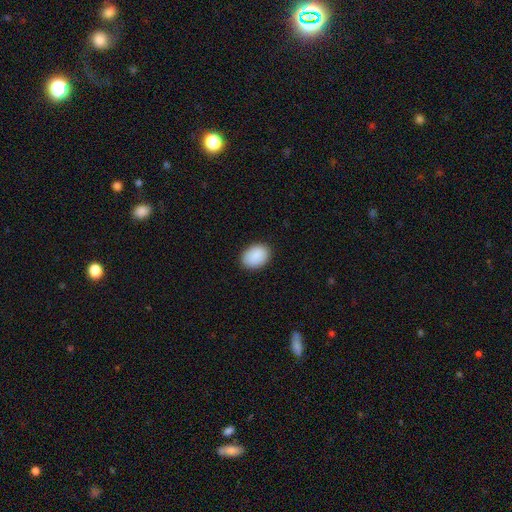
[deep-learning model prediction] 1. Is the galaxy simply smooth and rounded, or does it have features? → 91% smooth, 6% star or artifact, 3% featured or disk.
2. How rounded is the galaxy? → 77% in between, 22% round, 1% cigar-shaped.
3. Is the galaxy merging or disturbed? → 89% none, 9% minor disturbance, 2% major disturbance, 1% merger.